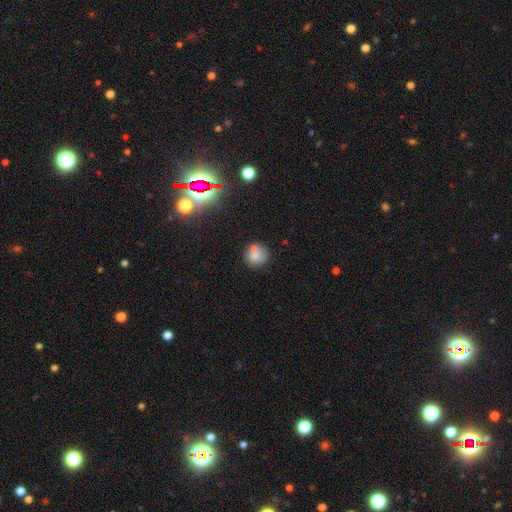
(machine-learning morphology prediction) type=smooth (72%); roundness=round (87%); merging=none (61%).